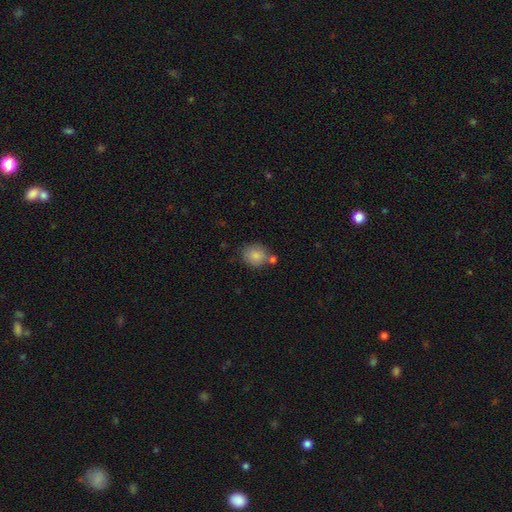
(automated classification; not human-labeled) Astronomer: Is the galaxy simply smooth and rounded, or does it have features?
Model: smooth — 84%.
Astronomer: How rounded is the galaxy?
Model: round — 75%.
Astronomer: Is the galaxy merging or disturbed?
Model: none — 64%.